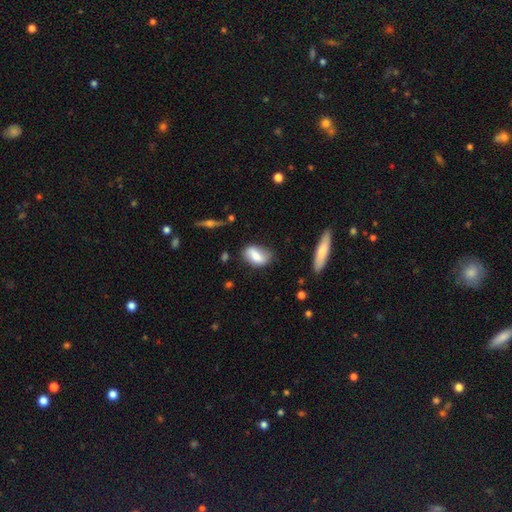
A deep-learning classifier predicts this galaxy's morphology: type=smooth (68%); roundness=in between (86%); merging=none (70%).